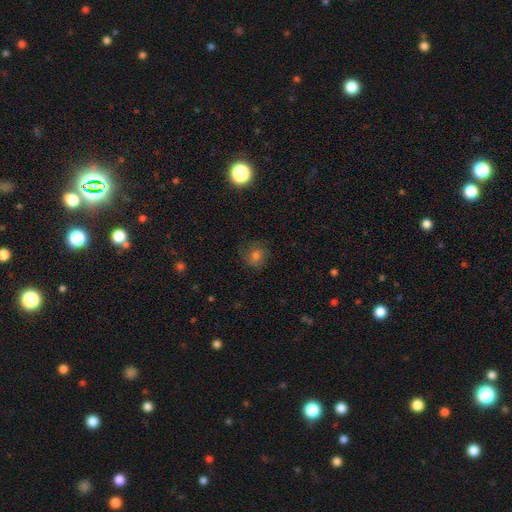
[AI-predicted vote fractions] This appears to be a smooth galaxy with no disk features (65%) that is round (85%). Merging: none (79%).